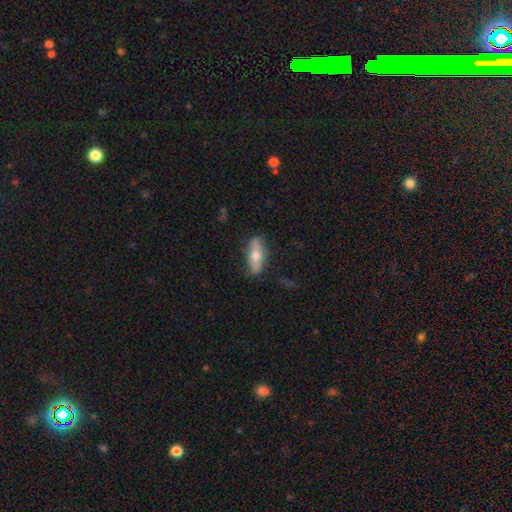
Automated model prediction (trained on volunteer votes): smooth 54%, featured or disk 40%, star or artifact 6%. Down the decision tree: how rounded — in between (62%); merging — none (80%).